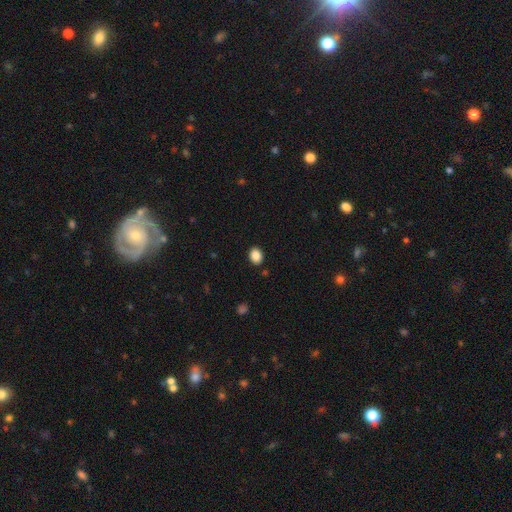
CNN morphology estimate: This appears to be a smooth galaxy with no disk features (88%) that is in between round and cigar-shaped (59%). Merging: none (89%).